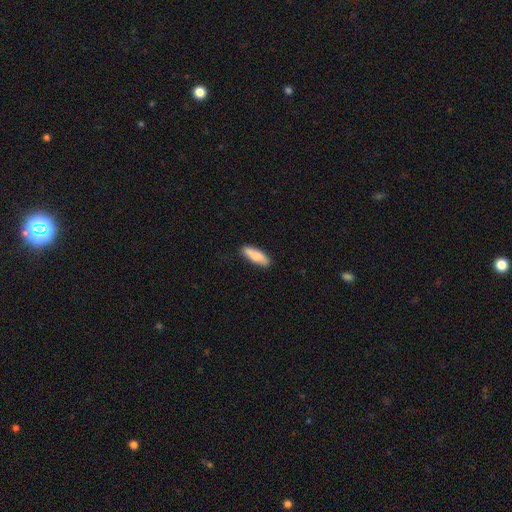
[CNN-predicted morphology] This appears to be a smooth galaxy with no disk features (77%) that is in between round and cigar-shaped (50%). Merging: none (84%).